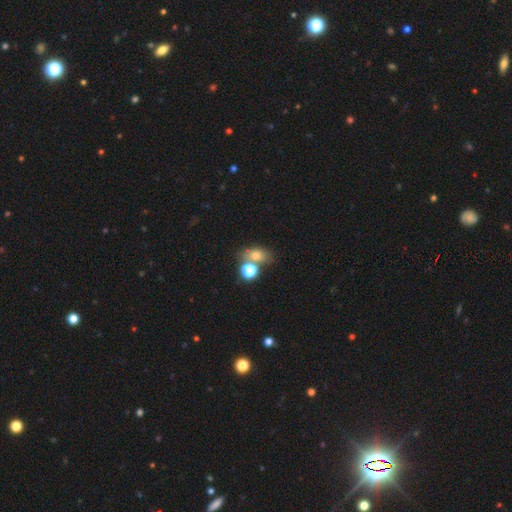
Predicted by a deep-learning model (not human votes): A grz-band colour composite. It shows a smooth galaxy with no disk features (70%) that is in between round and cigar-shaped (59%). Merging: none (52%).